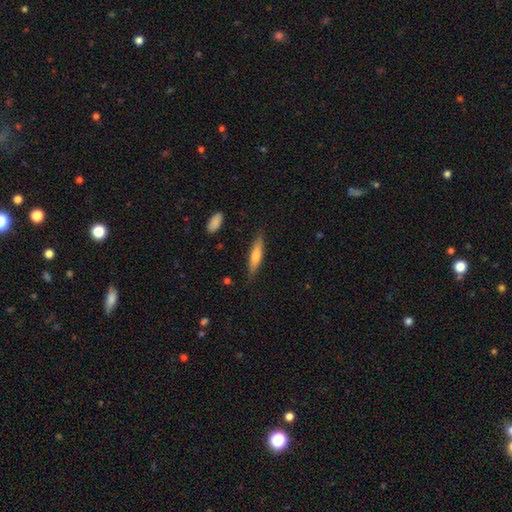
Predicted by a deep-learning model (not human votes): Smooth or featured: smooth — 61% (featured or disk — 33%)
How rounded: cigar-shaped — 79% (in between — 19%)
Merging: none — 84% (minor disturbance — 12%)